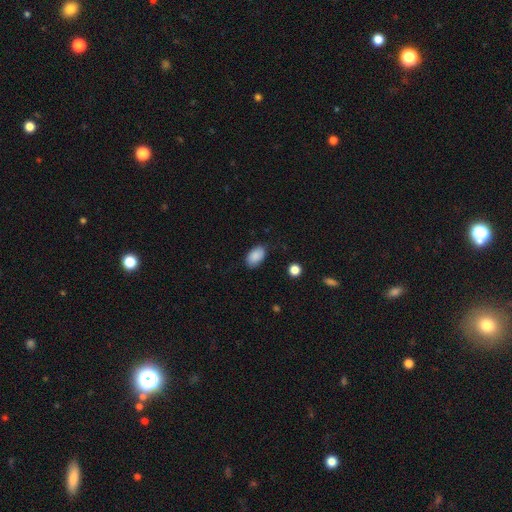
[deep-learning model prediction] smooth-or-featured: smooth: 89% | star or artifact: 7% | featured or disk: 4%
  how-rounded: in between: 91% | round: 8% | cigar-shaped: 1%
  merging: none: 82% | minor disturbance: 14% | major disturbance: 3% | merger: 1%